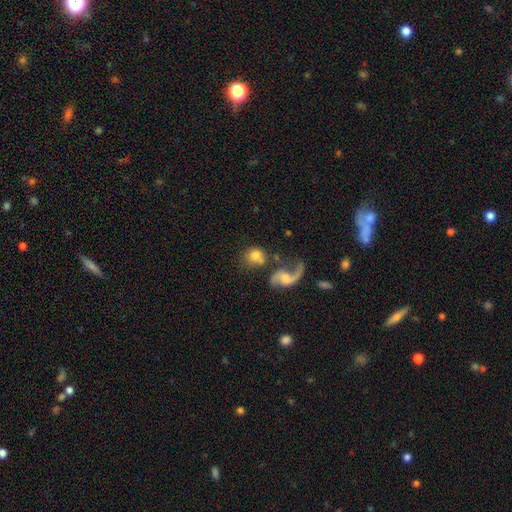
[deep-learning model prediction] This is likely a smooth galaxy (62%). How rounded: likely round (77%). Merging: possibly none (50%).